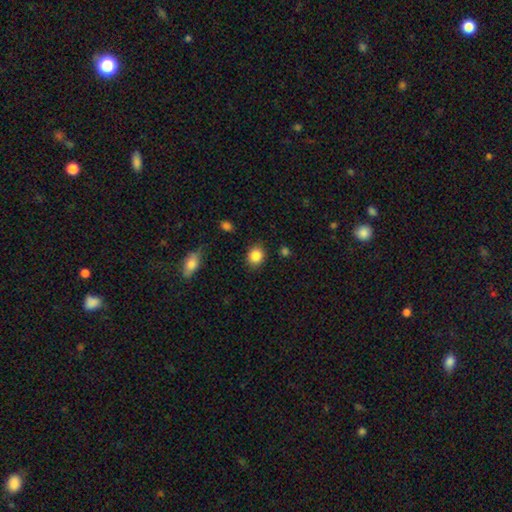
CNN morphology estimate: Smooth or featured? smooth (86%)
How rounded? round (69%)
Merging? none (85%)